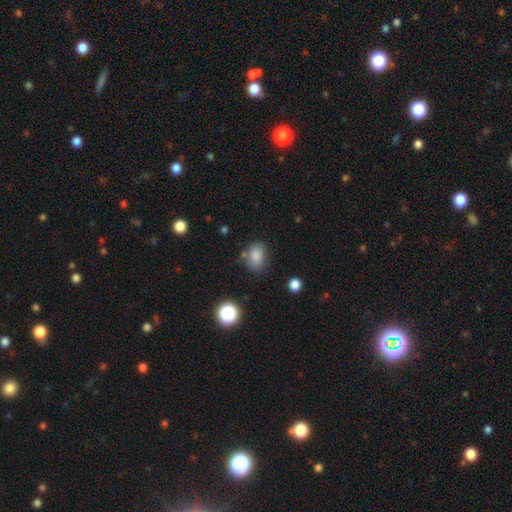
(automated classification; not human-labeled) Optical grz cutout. It shows a smooth galaxy with no disk features (82%) that is in between round and cigar-shaped (70%). Merging: none (70%).